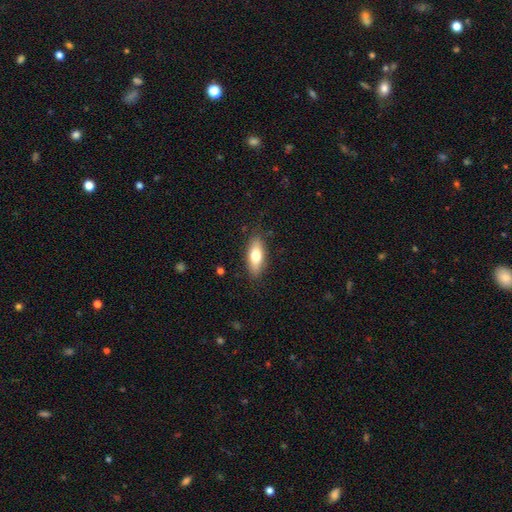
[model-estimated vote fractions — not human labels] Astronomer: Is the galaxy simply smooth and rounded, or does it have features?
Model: smooth — 72%.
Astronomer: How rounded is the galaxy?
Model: in between — 71%.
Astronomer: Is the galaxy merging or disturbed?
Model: none — 85%.